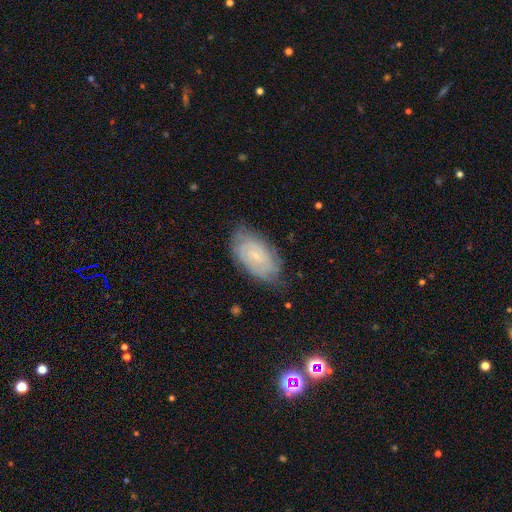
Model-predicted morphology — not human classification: Smooth or featured? Predicted: featured or disk (p=0.63). Edge-on disk? Predicted: no (p=0.95). Bar? Predicted: no (p=0.66). Spiral arms? Predicted: yes (p=0.87). Spiral winding? Predicted: tight (p=0.70). Spiral arm count? Predicted: can't tell (p=0.51). Bulge size? Predicted: small (p=0.80). Merging? Predicted: none (p=0.70).